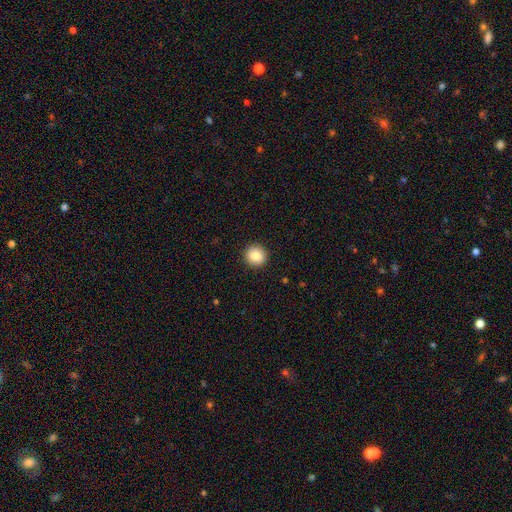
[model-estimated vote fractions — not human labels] Smooth or featured? Predicted: smooth (p=0.86). How rounded? Predicted: round (p=0.93). Merging? Predicted: none (p=0.92).